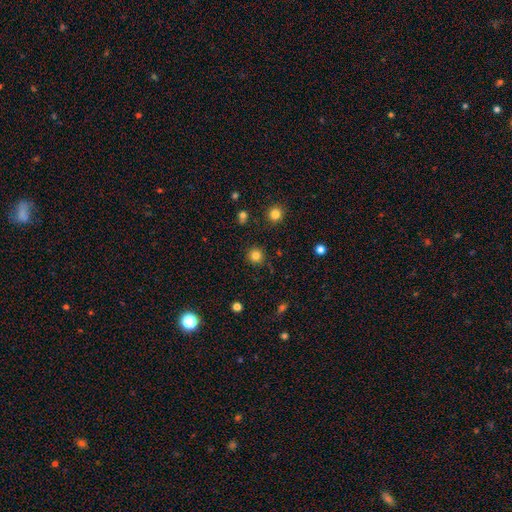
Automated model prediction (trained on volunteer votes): Smooth or featured? Predicted: smooth (p=0.82). How rounded? Predicted: round (p=0.95). Merging? Predicted: none (p=0.90).